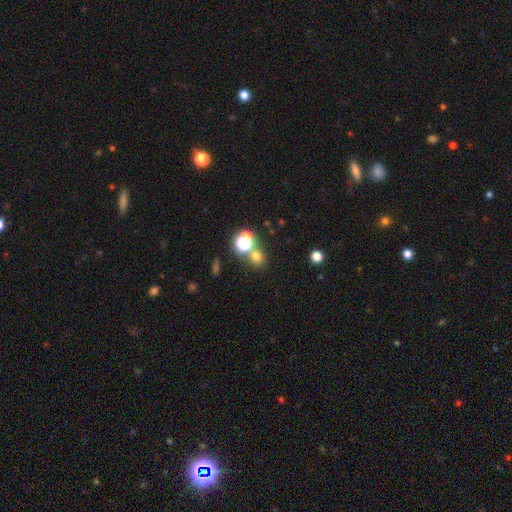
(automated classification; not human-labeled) Overall: smooth (64%; star or artifact 28%). How rounded: round (81%). Merging: none (64%; merger 24%).